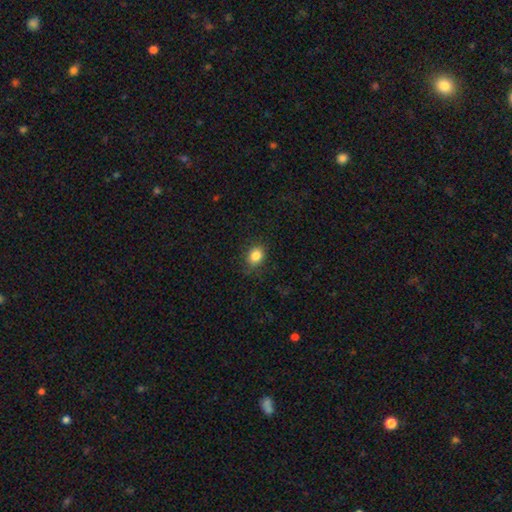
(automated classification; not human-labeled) This appears to be a smooth galaxy with no disk features (84%) that is in between round and cigar-shaped (51%). Merging: none (81%).